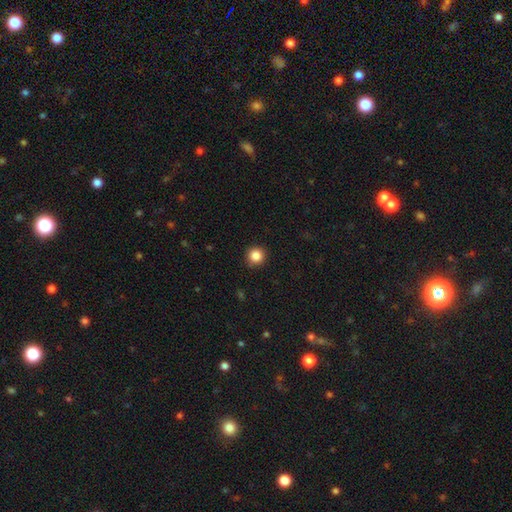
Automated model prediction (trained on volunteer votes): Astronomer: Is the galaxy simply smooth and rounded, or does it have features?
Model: smooth — 86%.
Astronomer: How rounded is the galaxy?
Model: round — 95%.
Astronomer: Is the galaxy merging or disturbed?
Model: none — 92%.